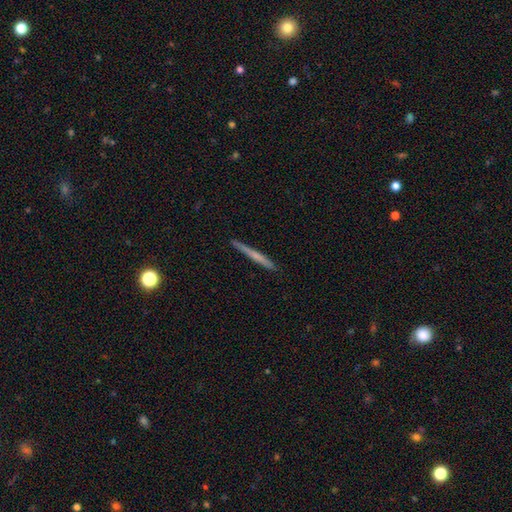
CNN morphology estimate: type=smooth (50%); roundness=cigar-shaped (96%); merging=none (91%).